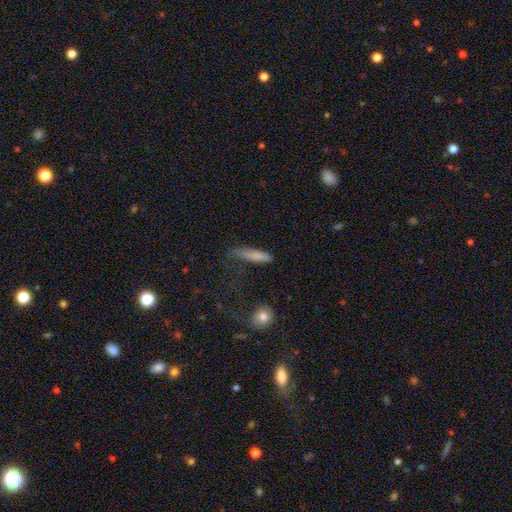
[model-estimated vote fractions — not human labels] Overall: smooth (79%). How rounded: cigar-shaped (82%). Merging: none (56%; minor disturbance 28%).